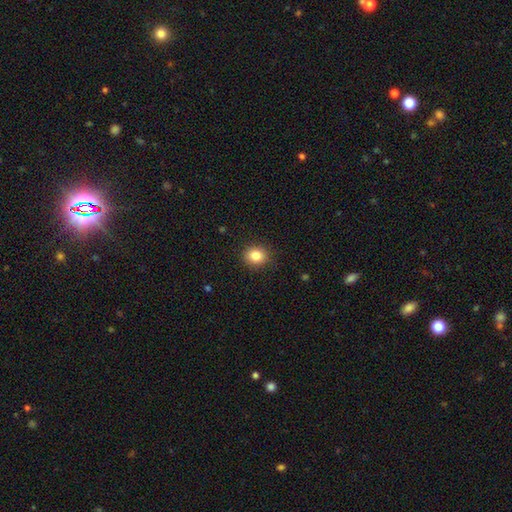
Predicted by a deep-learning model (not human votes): A smooth galaxy with no disk features (85%) that is round (70%).

Vote fractions:
- Smooth or featured? smooth: 85% / star or artifact: 10% / featured or disk: 5%
- How rounded? round: 70% / in between: 29% / cigar-shaped: 1%
- Merging? none: 88% / minor disturbance: 9% / major disturbance: 2% / merger: 1%